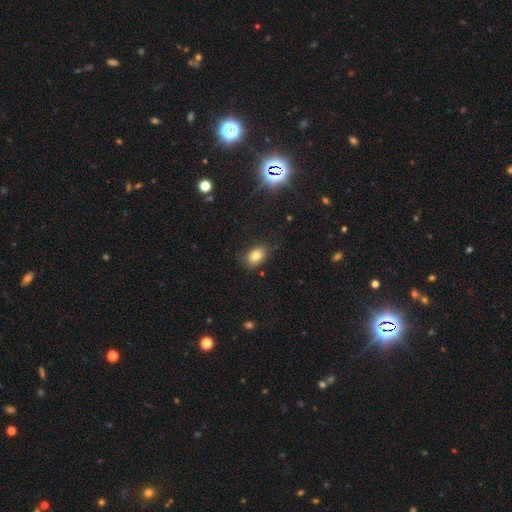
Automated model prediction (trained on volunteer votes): smooth 79%, star or artifact 12%, featured or disk 9%. Down the decision tree: how rounded — in between (77%); merging — none (79%).